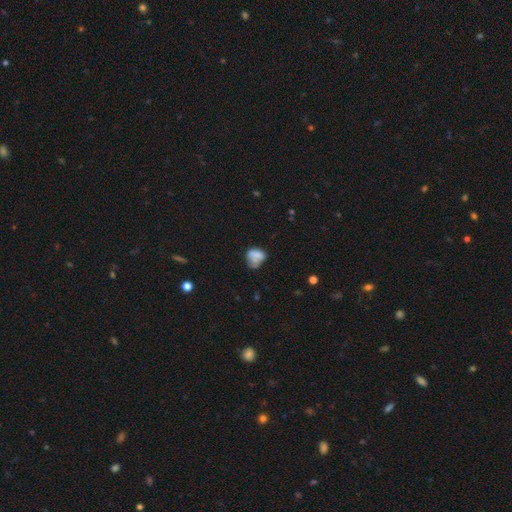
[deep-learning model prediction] A smooth galaxy with no disk features (65%) that is round (50%). Merging: none (36%).